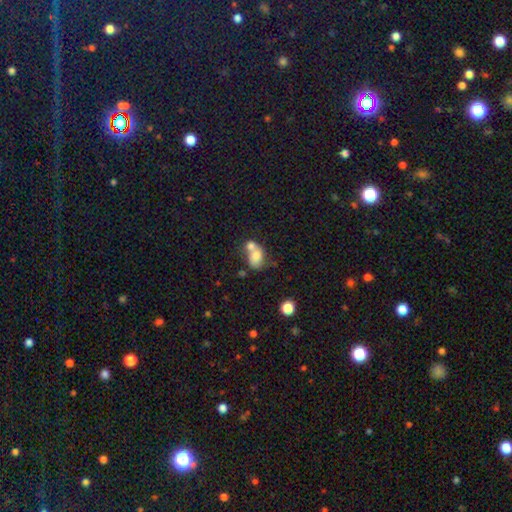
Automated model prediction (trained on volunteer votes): Smooth or featured? Predicted: smooth (p=0.70). How rounded? Predicted: in between (p=0.65). Merging? Predicted: merger (p=0.61).